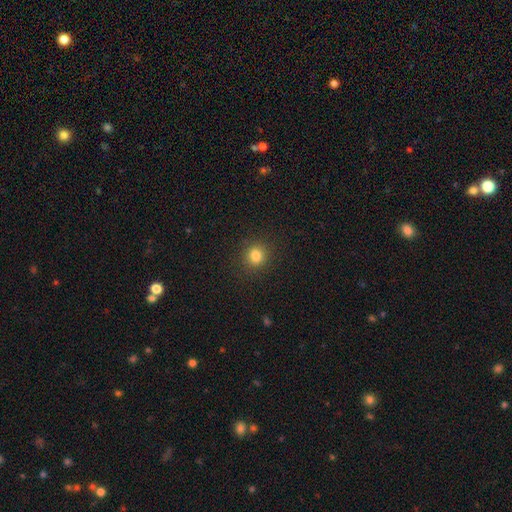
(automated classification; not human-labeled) smooth_or_featured: smooth (p=0.82) [alt: star or artifact p=0.12]
how_rounded: round (p=0.88) [alt: in between p=0.11]
merging: none (p=0.90) [alt: minor disturbance p=0.07]